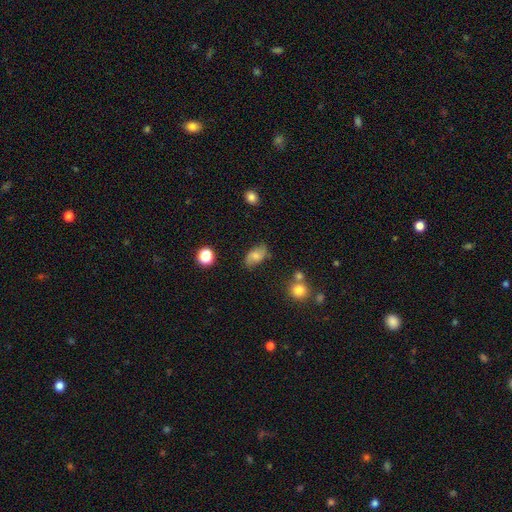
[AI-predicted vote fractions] A smooth galaxy with no disk features (66%) that is in between round and cigar-shaped (91%).

Vote fractions:
- Smooth or featured? smooth: 66% / featured or disk: 24% / star or artifact: 10%
- How rounded? in between: 91% / round: 7% / cigar-shaped: 3%
- Merging? none: 74% / minor disturbance: 19% / major disturbance: 5% / merger: 3%